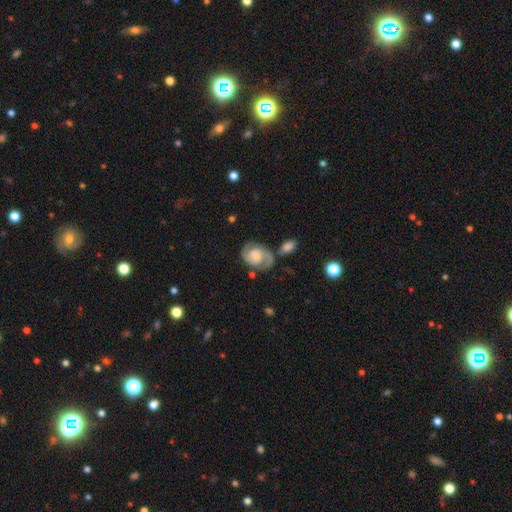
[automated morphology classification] smooth_or_featured: featured or disk (p=0.73) [alt: smooth p=0.20]
disk_edge_on: no (p=0.98) [alt: yes p=0.02]
bar: no (p=0.60) [alt: weak p=0.33]
has_spiral_arms: yes (p=0.92) [alt: no p=0.08]
spiral_winding: medium (p=0.49) [alt: tight p=0.35]
spiral_arm_count: 2 (p=0.87) [alt: can't tell p=0.06]
bulge_size: large (p=0.31) [alt: moderate p=0.24]
merging: none (p=0.60) [alt: minor disturbance p=0.20]